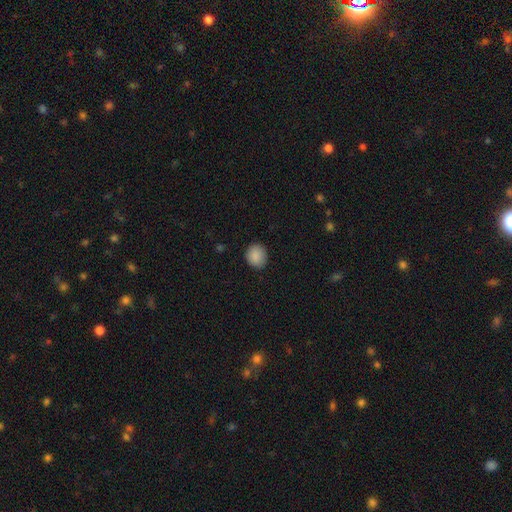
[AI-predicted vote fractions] Morphology: type=smooth (89%); roundness=round (78%); merging=none (88%).